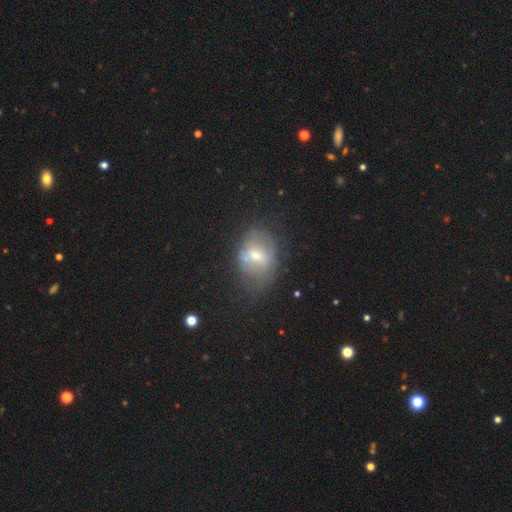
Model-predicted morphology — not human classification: The model was most divided on "smooth or featured": smooth: 50%, featured or disk: 40%, star or artifact: 10%. More confident: merging — none (52%).